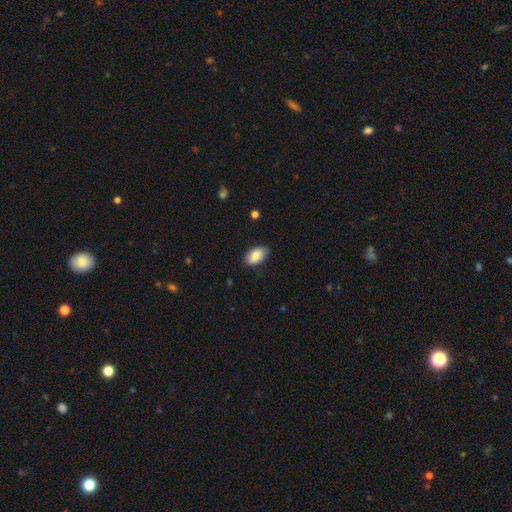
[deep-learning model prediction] Smooth or featured: smooth — 87% (star or artifact — 6%)
How rounded: in between — 94% (round — 5%)
Merging: none — 80% (minor disturbance — 16%)